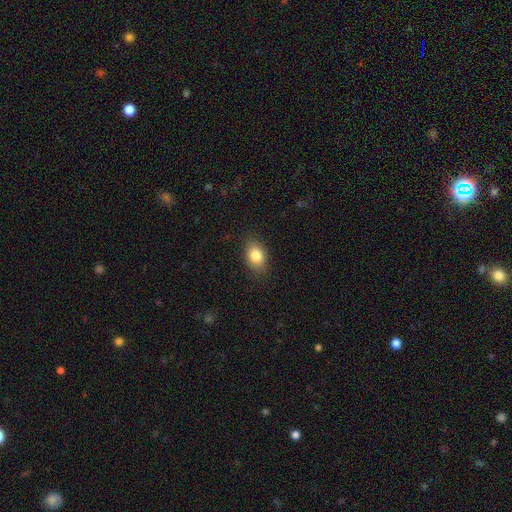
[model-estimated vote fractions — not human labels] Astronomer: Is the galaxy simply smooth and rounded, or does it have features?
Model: smooth — 82%.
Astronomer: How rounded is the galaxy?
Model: in between — 77%.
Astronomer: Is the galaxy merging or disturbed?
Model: none — 85%.